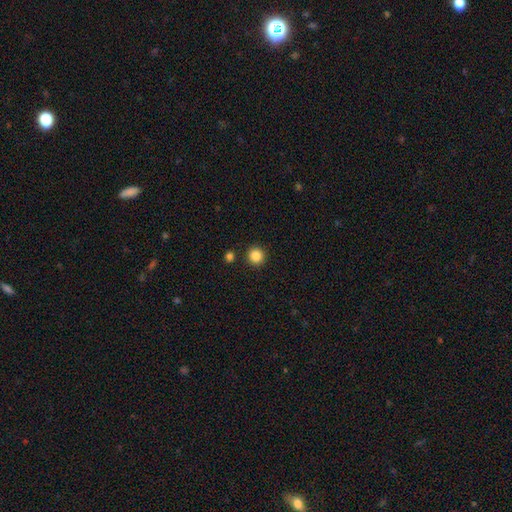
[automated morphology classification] Smooth or featured? Predicted: smooth (p=0.86). How rounded? Predicted: round (p=0.94). Merging? Predicted: none (p=0.90).